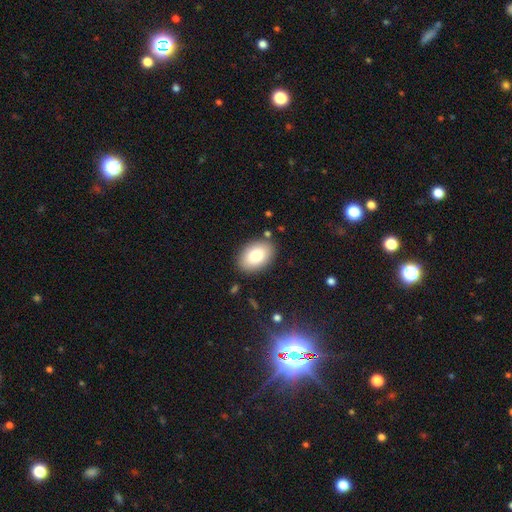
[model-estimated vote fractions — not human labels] Overall: smooth (82%). How rounded: in between (88%). Merging: none (86%).